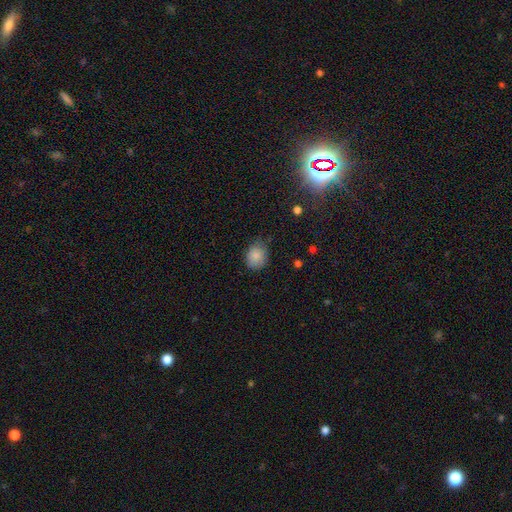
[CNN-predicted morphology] This is clearly a smooth galaxy (86%). How rounded: possibly round (59%). Merging: likely none (69%).